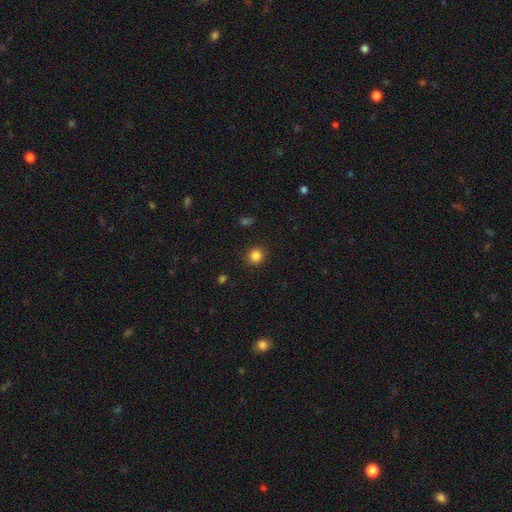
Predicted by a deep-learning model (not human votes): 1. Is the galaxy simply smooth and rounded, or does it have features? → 84% smooth, 12% star or artifact, 4% featured or disk.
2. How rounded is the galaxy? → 89% round, 10% in between, 1% cigar-shaped.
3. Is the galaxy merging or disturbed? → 90% none, 7% minor disturbance, 2% major disturbance, 1% merger.